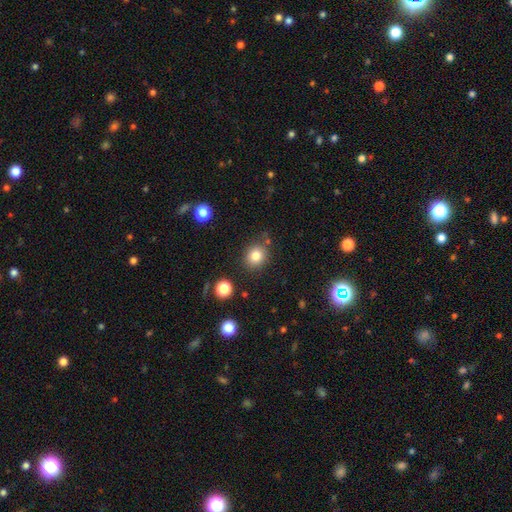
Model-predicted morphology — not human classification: smooth 82%, star or artifact 12%, featured or disk 7%. Down the decision tree: how rounded — round (73%); merging — none (81%).